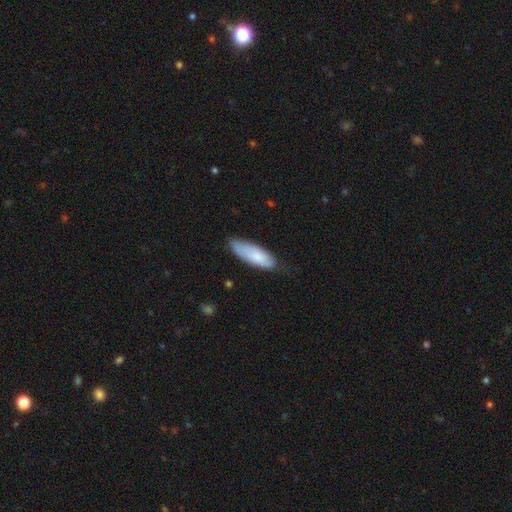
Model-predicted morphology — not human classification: Smooth or featured?
  - smooth: 81% *
  - featured or disk: 14%
  - star or artifact: 6%
How rounded?
  - in between: 61% *
  - cigar-shaped: 37%
  - round: 2%
Merging?
  - none: 64% *
  - minor disturbance: 29%
  - major disturbance: 5%
  - merger: 2%